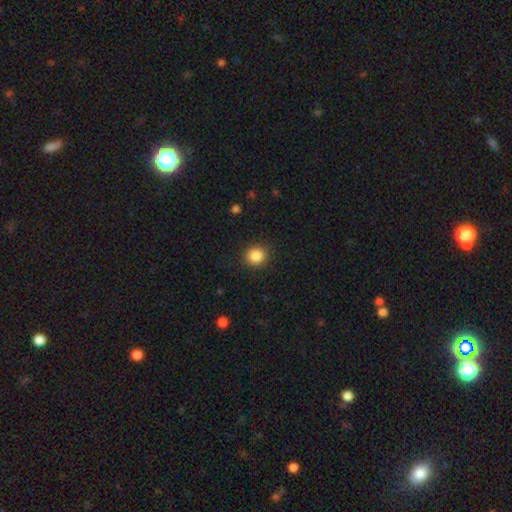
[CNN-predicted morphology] A smooth galaxy with no disk features (86%) that is round (84%).

Vote fractions:
- Smooth or featured? smooth: 86% / star or artifact: 10% / featured or disk: 4%
- How rounded? round: 84% / in between: 15% / cigar-shaped: 1%
- Merging? none: 90% / minor disturbance: 7% / major disturbance: 2% / merger: 1%